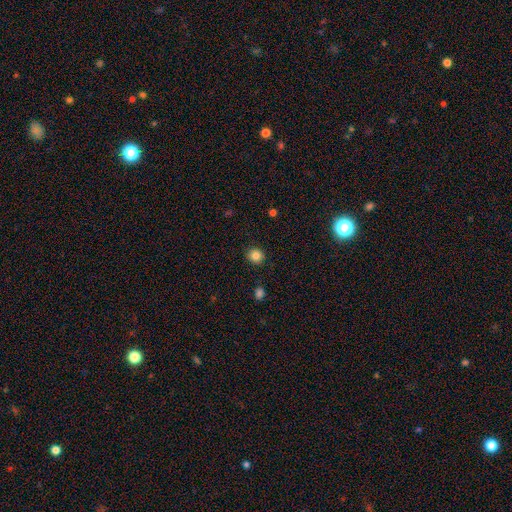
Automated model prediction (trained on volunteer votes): The model was most divided on "smooth or featured": smooth: 84%, star or artifact: 11%, featured or disk: 5%. More confident: merging — none (91%); how rounded — round (88%).